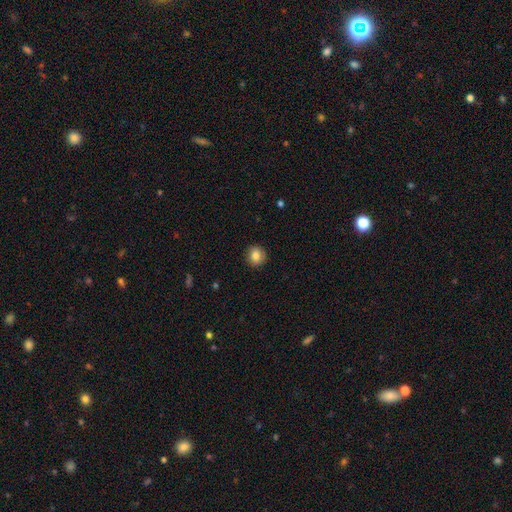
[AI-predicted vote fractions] smooth 84%, star or artifact 9%, featured or disk 8%. Down the decision tree: how rounded — round (86%); merging — none (90%).